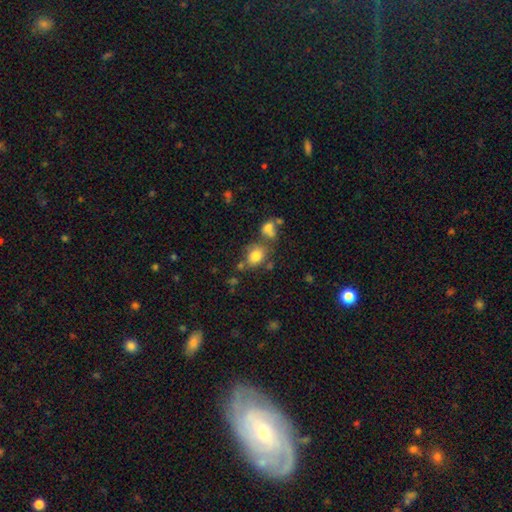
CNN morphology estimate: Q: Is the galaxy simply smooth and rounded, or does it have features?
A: smooth — 79%.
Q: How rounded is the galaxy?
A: in between — 62%.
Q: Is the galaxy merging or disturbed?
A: none — 60%.